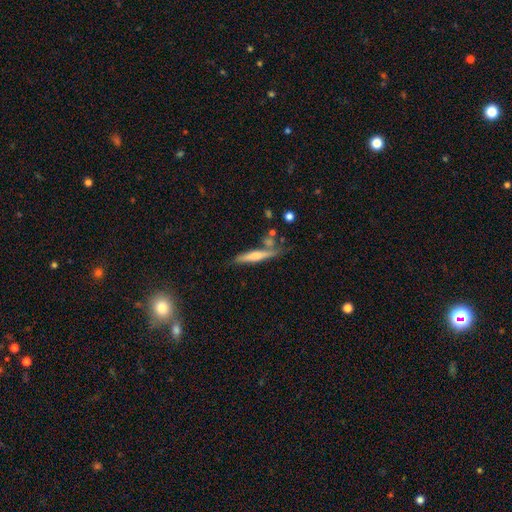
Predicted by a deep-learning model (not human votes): smooth_or_featured: smooth (p=0.54) [alt: featured or disk p=0.40]
how_rounded: cigar-shaped (p=0.91) [alt: in between p=0.07]
merging: none (p=0.63) [alt: minor disturbance p=0.18]